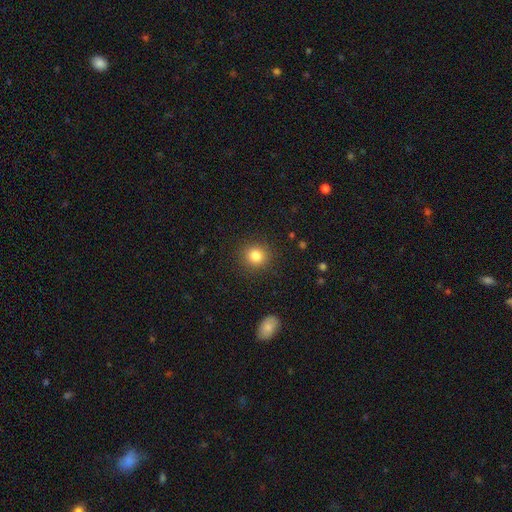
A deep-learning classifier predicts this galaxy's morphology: Smooth or featured: smooth — 83% (star or artifact — 11%)
How rounded: round — 86% (in between — 13%)
Merging: none — 89% (minor disturbance — 7%)